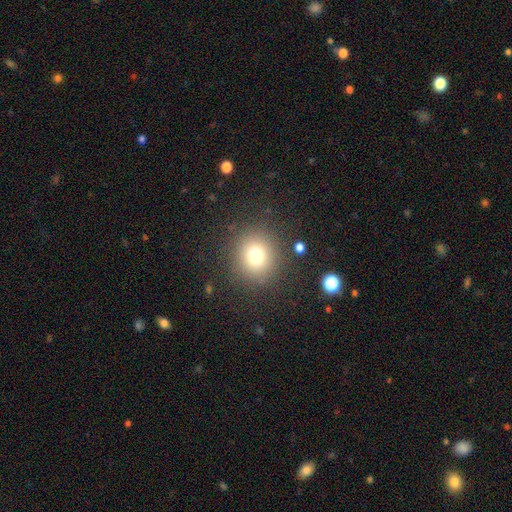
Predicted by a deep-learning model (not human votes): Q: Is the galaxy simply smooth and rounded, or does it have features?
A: smooth — 73%.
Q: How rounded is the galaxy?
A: round — 90%.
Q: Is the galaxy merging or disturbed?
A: none — 86%.